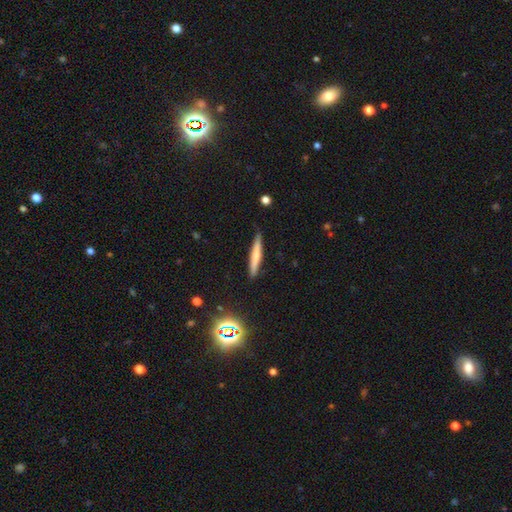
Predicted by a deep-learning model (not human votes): Smooth or featured: smooth — 60% (featured or disk — 32%)
How rounded: cigar-shaped — 94% (in between — 5%)
Merging: none — 84% (minor disturbance — 12%)